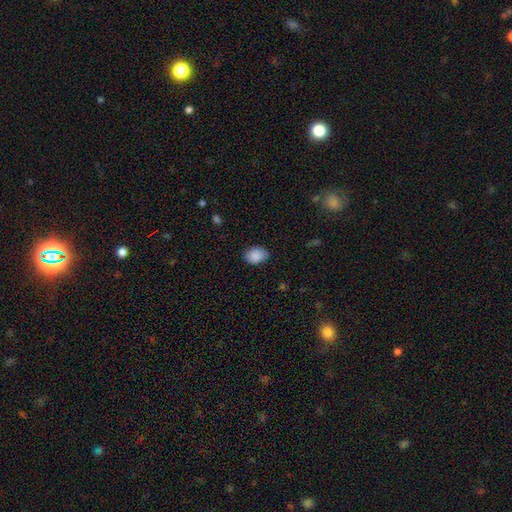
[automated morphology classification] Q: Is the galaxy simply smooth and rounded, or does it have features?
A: smooth — 88%.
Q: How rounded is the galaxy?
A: in between — 69%.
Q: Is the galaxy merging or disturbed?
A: none — 78%.